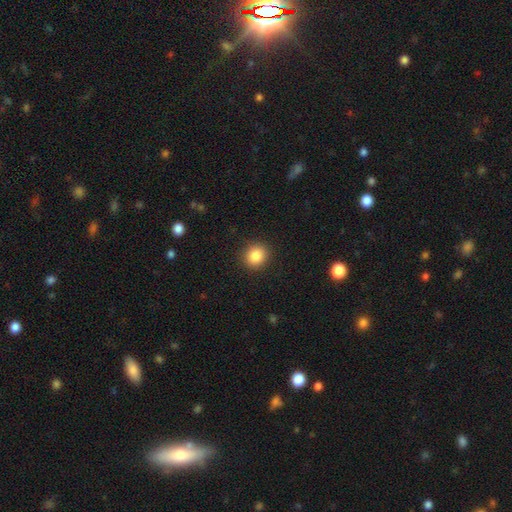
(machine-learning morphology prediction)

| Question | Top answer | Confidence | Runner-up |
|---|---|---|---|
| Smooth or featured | smooth | 86% | star or artifact (9%) |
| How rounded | round | 78% | in between (21%) |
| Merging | none | 90% | minor disturbance (7%) |